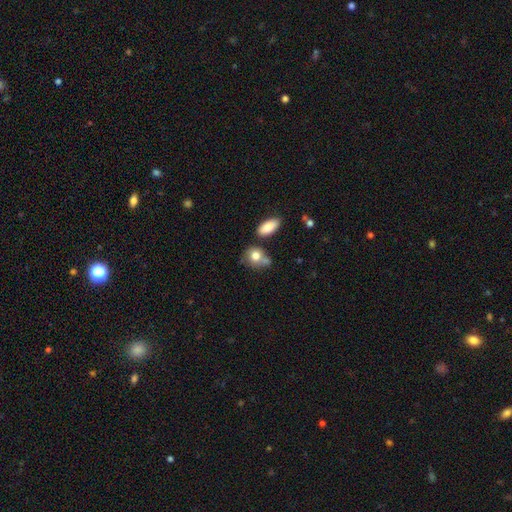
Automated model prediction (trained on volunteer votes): Q: Smooth or featured?
A: smooth (80%); runner-up: featured or disk (12%)
Q: How rounded?
A: round (51%); runner-up: in between (47%)
Q: Merging?
A: none (46%); runner-up: merger (26%)